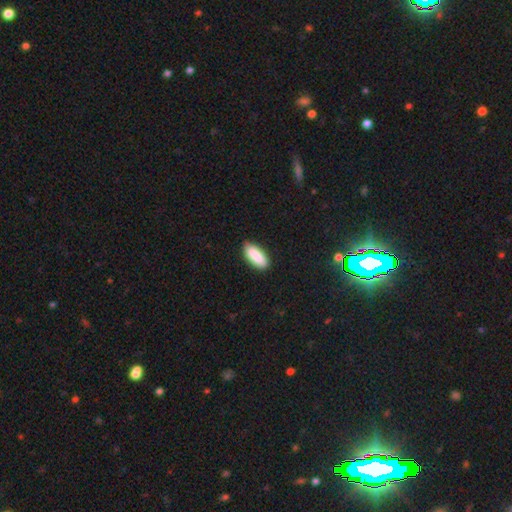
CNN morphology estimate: smooth_or_featured: smooth (p=0.89) [alt: star or artifact p=0.06]
how_rounded: in between (p=0.79) [alt: cigar-shaped p=0.19]
merging: none (p=0.87) [alt: minor disturbance p=0.10]